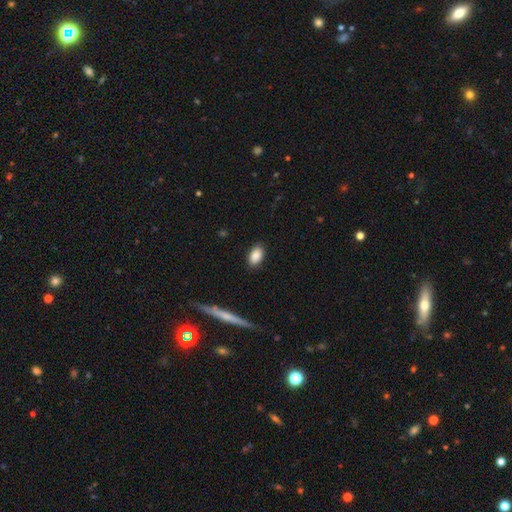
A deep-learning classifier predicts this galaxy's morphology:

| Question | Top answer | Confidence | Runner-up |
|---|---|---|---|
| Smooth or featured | smooth | 88% | star or artifact (7%) |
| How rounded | in between | 91% | round (6%) |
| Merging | none | 86% | minor disturbance (10%) |